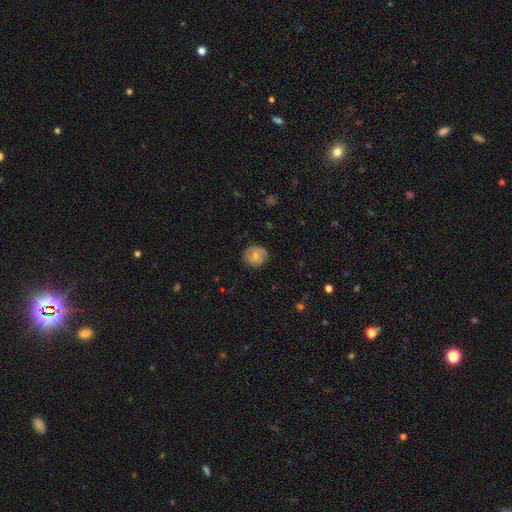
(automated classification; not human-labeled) A smooth galaxy with no disk features (60%) that is round (85%).

Vote fractions:
- Smooth or featured? smooth: 60% / featured or disk: 33% / star or artifact: 8%
- How rounded? round: 85% / in between: 14% / cigar-shaped: 1%
- Merging? none: 80% / minor disturbance: 16% / major disturbance: 3% / merger: 1%